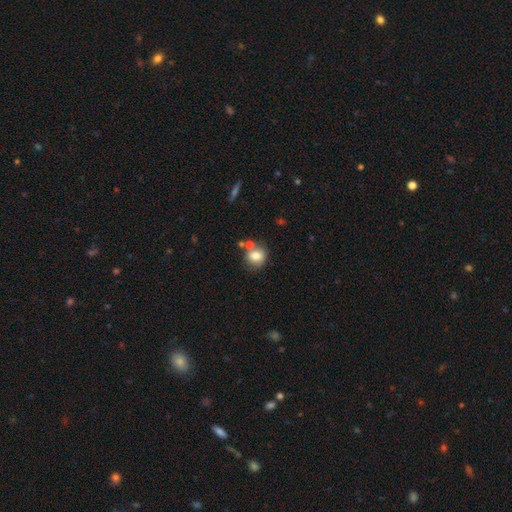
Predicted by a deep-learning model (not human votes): A smooth galaxy with no disk features (77%) that is round (77%). Merging: none (64%).